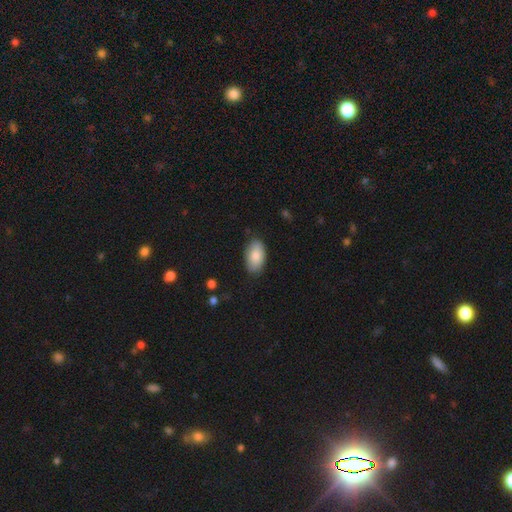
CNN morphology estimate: Q: Smooth or featured?
A: smooth (85%); runner-up: featured or disk (9%)
Q: How rounded?
A: in between (95%); runner-up: round (4%)
Q: Merging?
A: none (79%); runner-up: minor disturbance (17%)